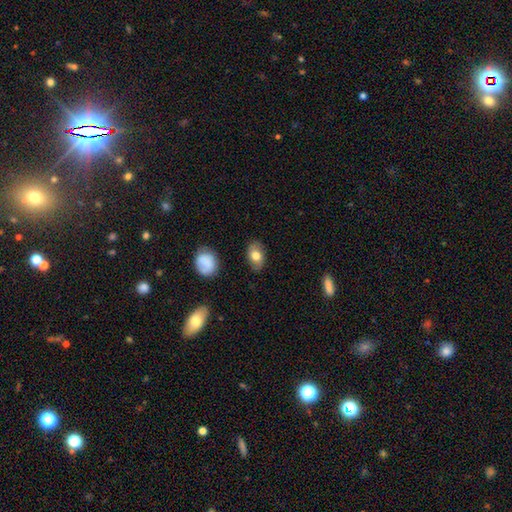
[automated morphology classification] Q: Smooth or featured?
A: smooth (73%); runner-up: featured or disk (19%)
Q: How rounded?
A: in between (86%); runner-up: round (12%)
Q: Merging?
A: none (83%); runner-up: minor disturbance (12%)